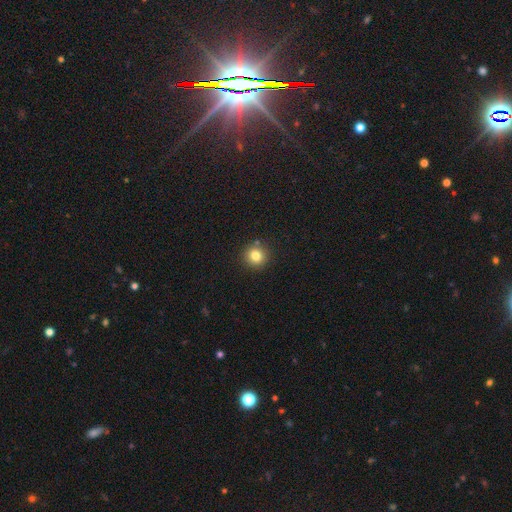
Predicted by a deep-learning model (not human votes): smooth_or_featured: smooth (p=0.81) [alt: star or artifact p=0.12]
how_rounded: round (p=0.90) [alt: in between p=0.09]
merging: none (p=0.86) [alt: minor disturbance p=0.08]